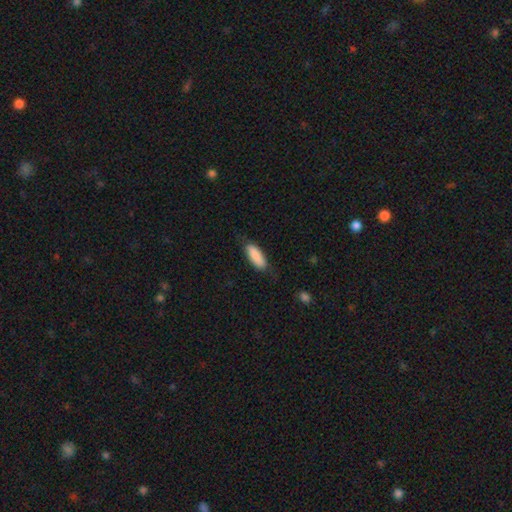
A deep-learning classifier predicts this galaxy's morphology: The model was most divided on "how rounded": in between: 66%, cigar-shaped: 32%, round: 2%. More confident: smooth or featured — smooth (88%); merging — none (78%).